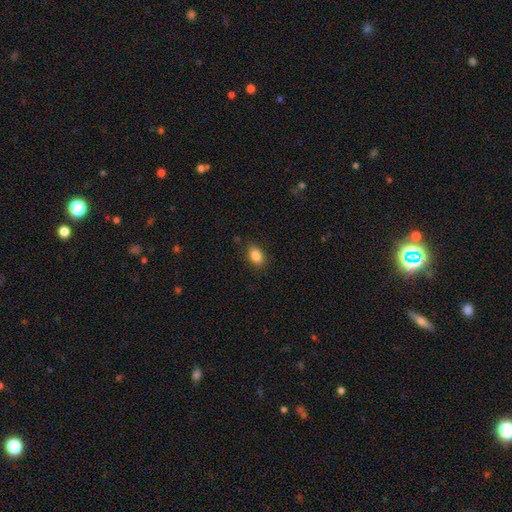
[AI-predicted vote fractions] This is clearly a smooth galaxy (86%). How rounded: clearly in between (87%). Merging: clearly none (86%).